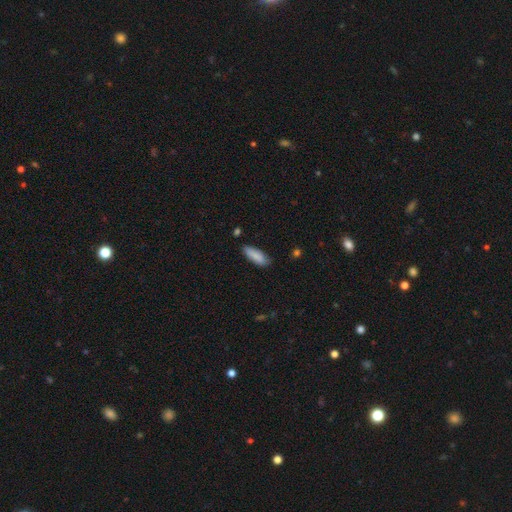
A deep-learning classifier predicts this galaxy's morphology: smooth 87%, featured or disk 7%, star or artifact 6%. Down the decision tree: how rounded — in between (60%); merging — none (76%).